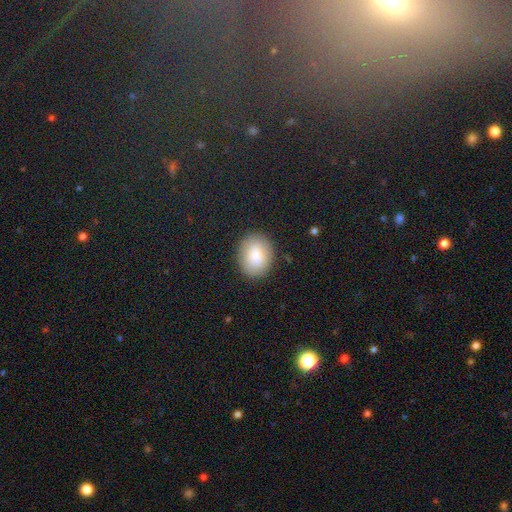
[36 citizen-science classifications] Q: Smooth or featured?
A: smooth (94%); runner-up: featured or disk (3%)
Q: How rounded?
A: in between (59%); runner-up: round (41%)
Q: Merging?
A: none (94%); runner-up: minor disturbance (6%)